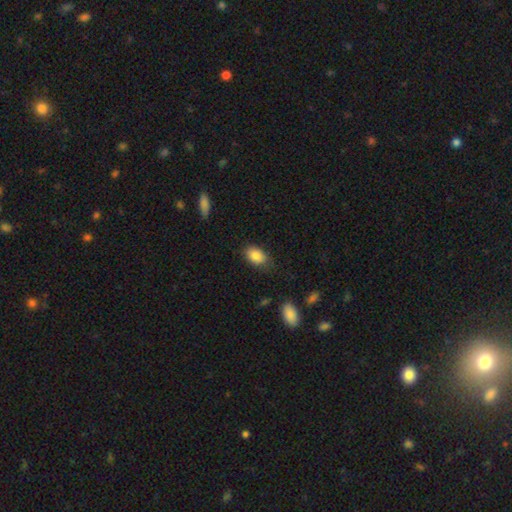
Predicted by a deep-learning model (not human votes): This appears to be a smooth galaxy with no disk features (87%) that is in between round and cigar-shaped (88%). Merging: none (72%).